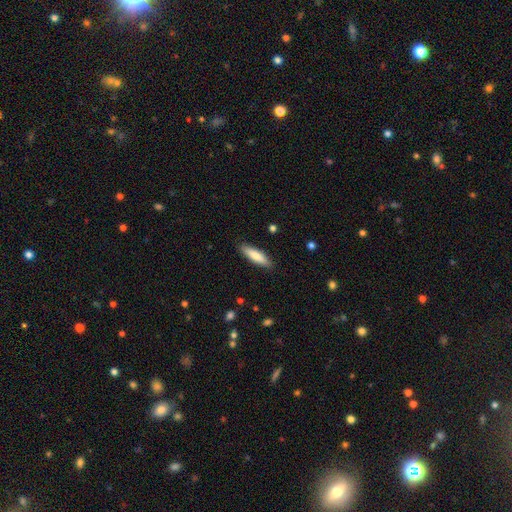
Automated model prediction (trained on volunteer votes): This is likely a smooth galaxy (78%). How rounded: likely cigar-shaped (67%). Merging: clearly none (89%).